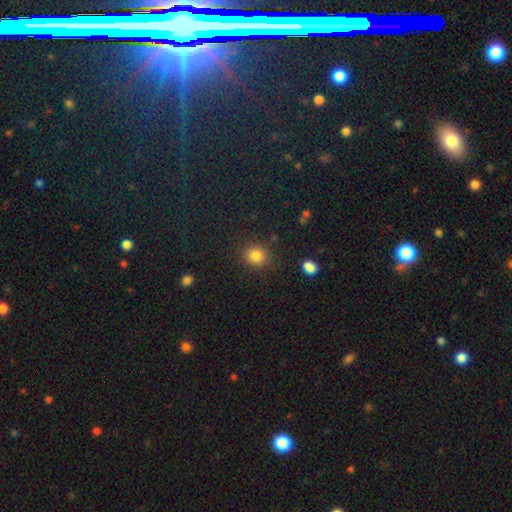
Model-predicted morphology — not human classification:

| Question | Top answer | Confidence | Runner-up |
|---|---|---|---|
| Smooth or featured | smooth | 83% | star or artifact (12%) |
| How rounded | round | 85% | in between (14%) |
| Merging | none | 87% | minor disturbance (8%) |